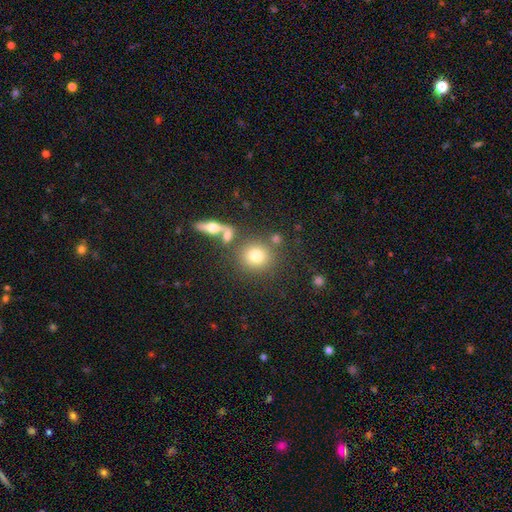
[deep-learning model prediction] Smooth or featured? Predicted: smooth (p=0.76). How rounded? Predicted: round (p=0.85). Merging? Predicted: none (p=0.74).